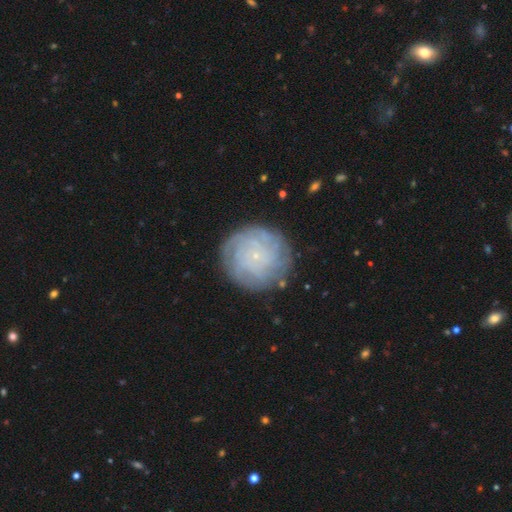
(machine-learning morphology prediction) Smooth or featured? Predicted: featured or disk (p=0.70). Edge-on disk? Predicted: no (p=0.97). Bar? Predicted: no (p=0.86). Spiral arms? Predicted: yes (p=0.90). Spiral winding? Predicted: tight (p=0.79). Spiral arm count? Predicted: can't tell (p=0.36). Bulge size? Predicted: small (p=0.89). Merging? Predicted: none (p=0.83).